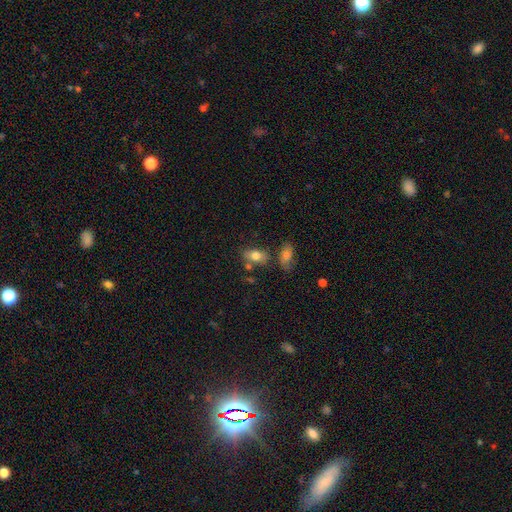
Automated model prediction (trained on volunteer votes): smooth-or-featured: smooth: 76% | featured or disk: 15% | star or artifact: 9%
  how-rounded: in between: 86% | round: 11% | cigar-shaped: 4%
  merging: none: 62% | minor disturbance: 18% | merger: 15% | major disturbance: 5%